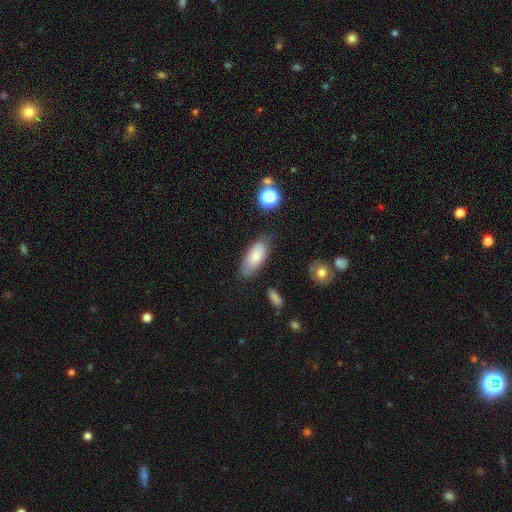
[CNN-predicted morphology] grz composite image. It shows a smooth galaxy with no disk features (78%) that is in between round and cigar-shaped (86%). Merging: none (68%).